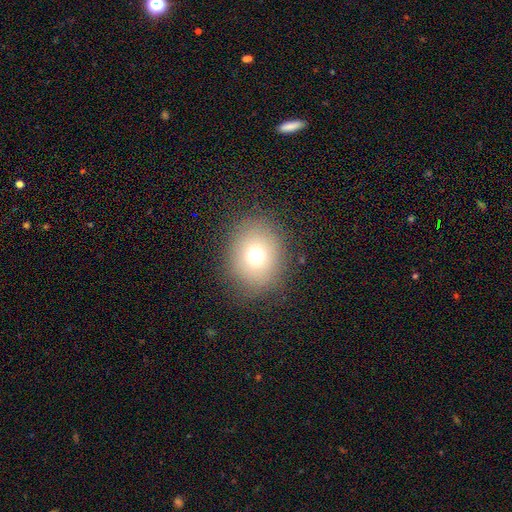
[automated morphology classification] Q: Smooth or featured?
A: smooth (72%); runner-up: star or artifact (15%)
Q: How rounded?
A: round (62%); runner-up: in between (37%)
Q: Merging?
A: none (84%); runner-up: minor disturbance (10%)